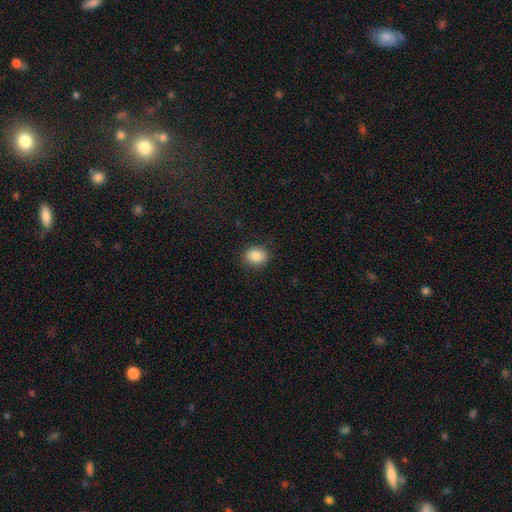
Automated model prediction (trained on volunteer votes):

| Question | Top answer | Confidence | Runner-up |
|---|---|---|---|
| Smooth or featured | smooth | 86% | star or artifact (9%) |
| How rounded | round | 53% | in between (46%) |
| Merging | none | 88% | minor disturbance (9%) |